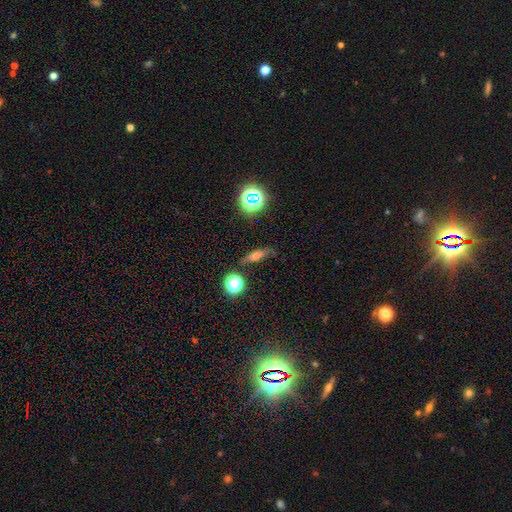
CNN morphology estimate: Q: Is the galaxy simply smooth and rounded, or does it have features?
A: smooth — 58%.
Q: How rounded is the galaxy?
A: cigar-shaped — 53%.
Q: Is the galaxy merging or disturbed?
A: none — 79%.